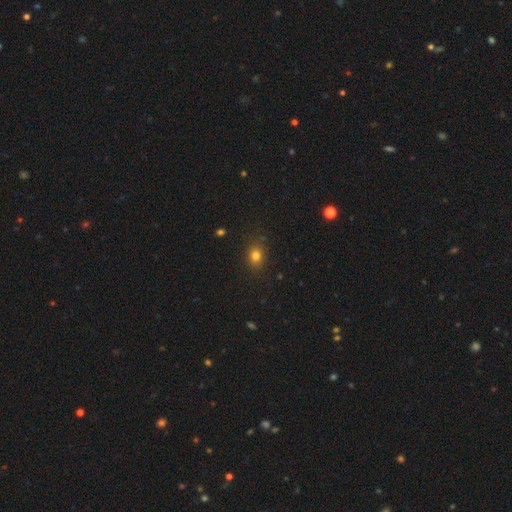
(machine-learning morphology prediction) smooth-or-featured: smooth: 79% | star or artifact: 15% | featured or disk: 6%
  how-rounded: round: 56% | in between: 43% | cigar-shaped: 1%
  merging: none: 85% | minor disturbance: 11% | major disturbance: 3% | merger: 1%